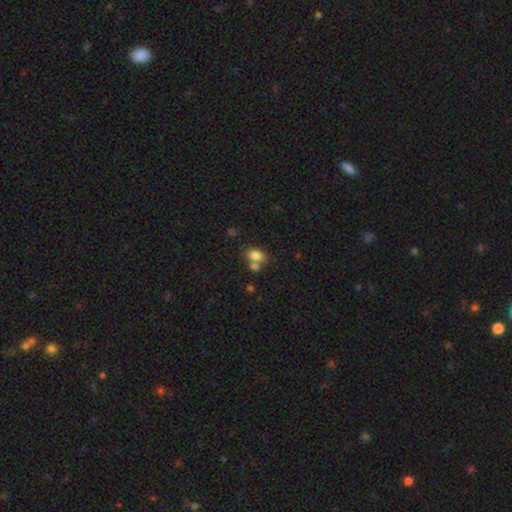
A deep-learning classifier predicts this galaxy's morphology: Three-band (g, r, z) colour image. It shows a smooth galaxy with no disk features (80%) that is in between round and cigar-shaped (79%). Merging: none (48%).